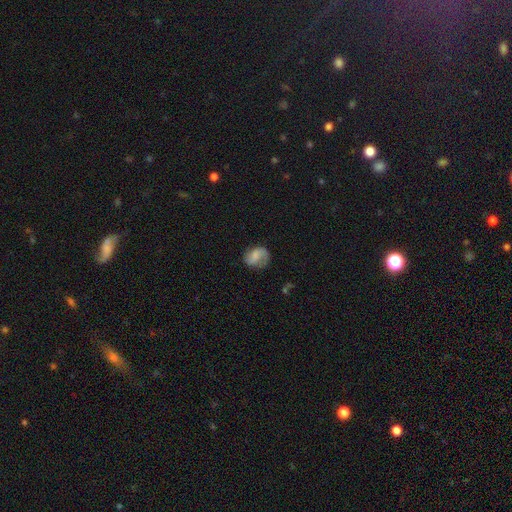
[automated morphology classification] This appears to be a smooth galaxy with no disk features (48%). Merging: none (58%).